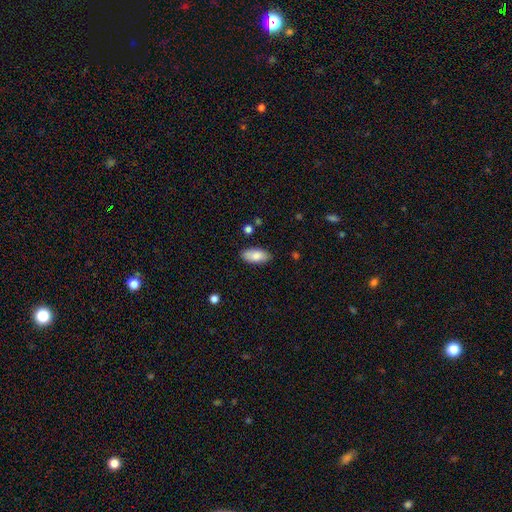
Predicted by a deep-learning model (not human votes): A smooth galaxy with no disk features (84%) that is in between round and cigar-shaped (89%).

Vote fractions:
- Smooth or featured? smooth: 84% / featured or disk: 9% / star or artifact: 6%
- How rounded? in between: 89% / cigar-shaped: 8% / round: 2%
- Merging? none: 83% / minor disturbance: 12% / major disturbance: 2% / merger: 2%